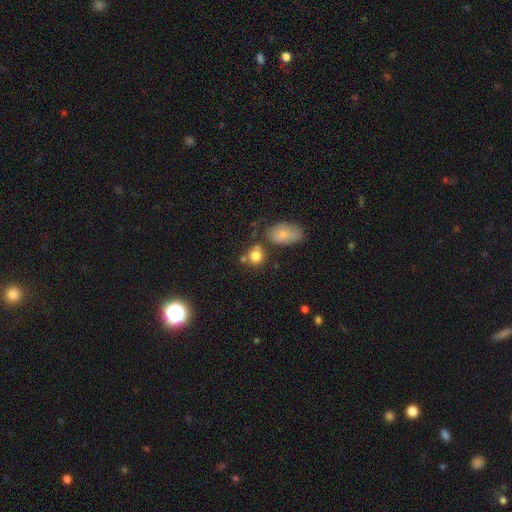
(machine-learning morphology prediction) Q: Smooth or featured?
A: smooth (81%); runner-up: star or artifact (11%)
Q: How rounded?
A: round (71%); runner-up: in between (28%)
Q: Merging?
A: none (61%); runner-up: merger (20%)